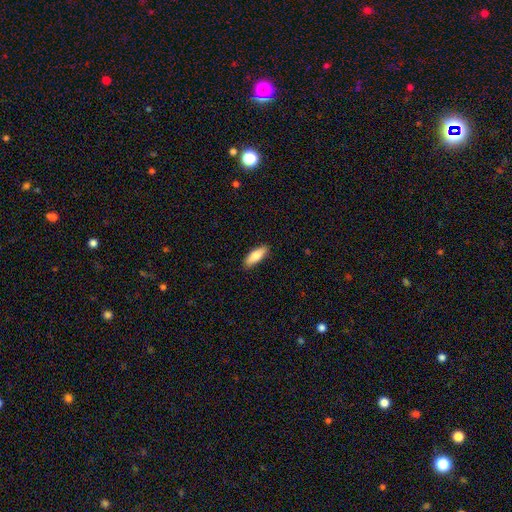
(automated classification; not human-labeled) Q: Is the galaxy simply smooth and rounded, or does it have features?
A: smooth — 80%.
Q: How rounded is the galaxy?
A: in between — 60%.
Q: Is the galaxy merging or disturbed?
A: none — 88%.